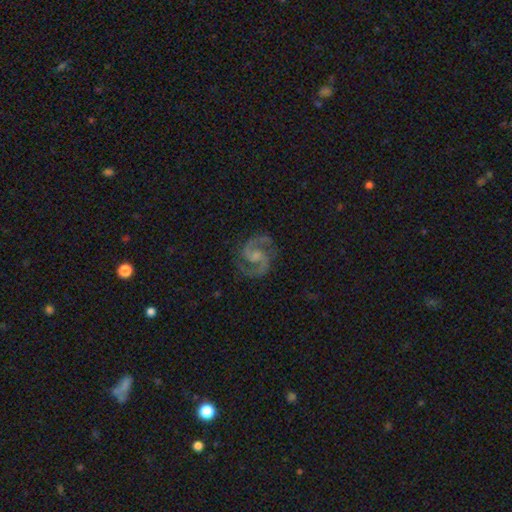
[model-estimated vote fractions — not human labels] smooth-or-featured: featured or disk: 92% | star or artifact: 5% | smooth: 3%
  disk-edge-on: no: 98% | yes: 2%
    bar: no: 47% | weak: 44% | strong: 9%
    has-spiral-arms: yes: 98% | no: 2%
      spiral-winding: medium: 66% | tight: 21% | loose: 13%
      spiral-arm-count: 2: 94% | 3: 2% | can't tell: 2% | 1: 1% | 4: 1% | more than 4: 1%
    bulge-size: small: 41% | moderate: 33% | none: 22% | large: 3% | dominant: 1%
  merging: none: 81% | minor disturbance: 13% | major disturbance: 5% | merger: 1%